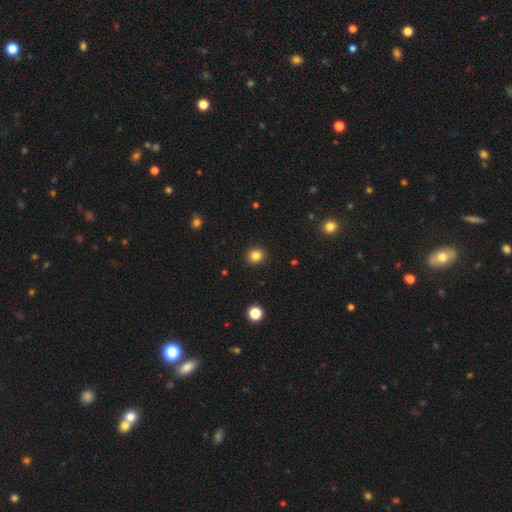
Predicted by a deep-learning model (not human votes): Overall: smooth (84%). How rounded: round (85%). Merging: none (92%).